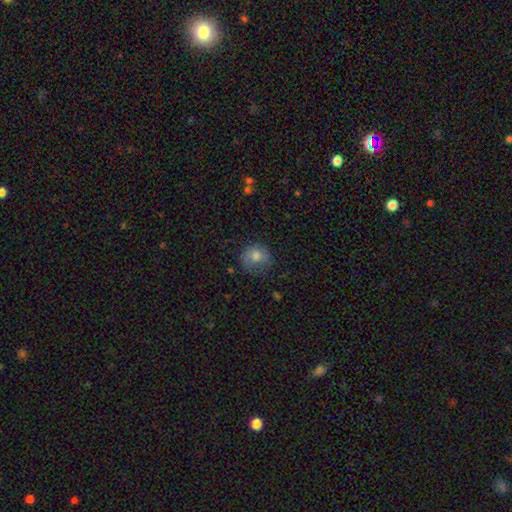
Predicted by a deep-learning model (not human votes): Smooth or featured: smooth — 74% (featured or disk — 17%)
How rounded: round — 81% (in between — 18%)
Merging: none — 60% (minor disturbance — 26%)